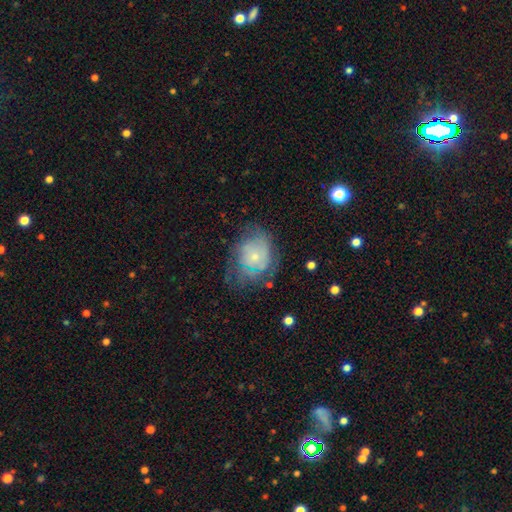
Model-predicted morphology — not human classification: A featured or disk galaxy (56%) with no bar (84%), spiral arms (66%) and a small central bulge (72%).

Vote fractions:
- Smooth or featured? featured or disk: 56% / smooth: 34% / star or artifact: 10%
- Edge-on disk? no: 97% / yes: 3%
- Bar? no: 84% / weak: 13% / strong: 2%
- Spiral arms? yes: 66% / no: 34%
- Bulge size? small: 72% / moderate: 21% / none: 4% / large: 2% / dominant: 1%
- Merging? none: 50% / minor disturbance: 27% / major disturbance: 21% / merger: 2%